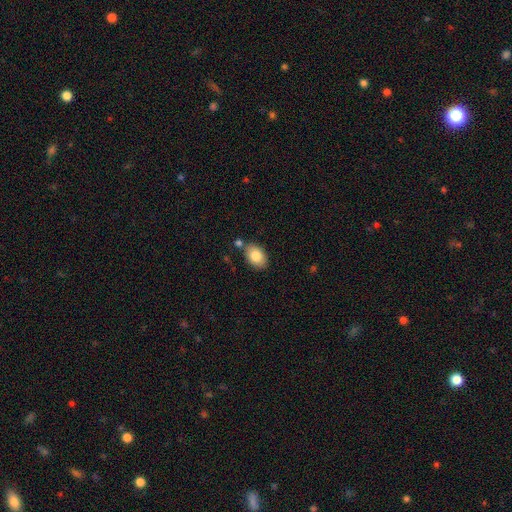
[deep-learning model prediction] Morphology: type=smooth (84%); roundness=in between (86%); merging=none (75%).